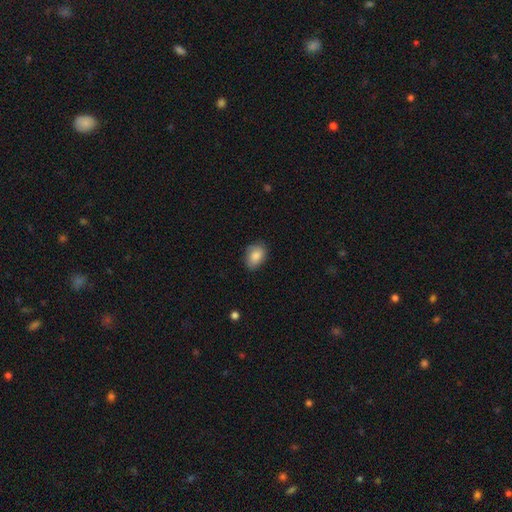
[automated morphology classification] A smooth galaxy with no disk features (84%) that is in between round and cigar-shaped (78%).

Vote fractions:
- Smooth or featured? smooth: 84% / featured or disk: 9% / star or artifact: 7%
- How rounded? in between: 78% / round: 20% / cigar-shaped: 1%
- Merging? none: 77% / minor disturbance: 19% / major disturbance: 4% / merger: 1%